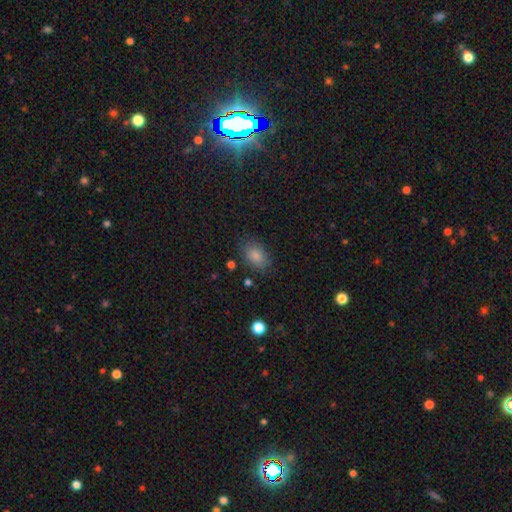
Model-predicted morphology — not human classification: Q: Smooth or featured?
A: smooth (86%); runner-up: star or artifact (9%)
Q: How rounded?
A: in between (86%); runner-up: round (13%)
Q: Merging?
A: none (80%); runner-up: minor disturbance (14%)